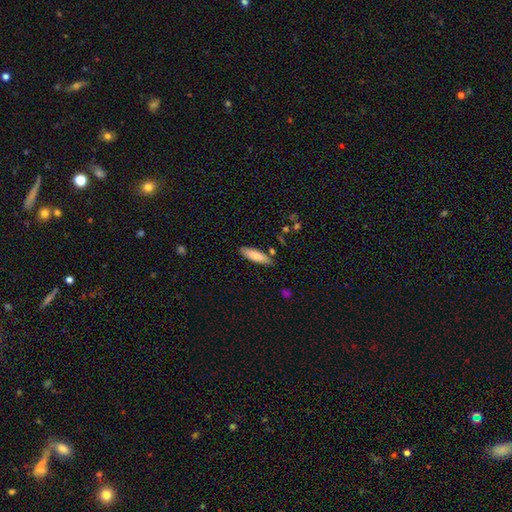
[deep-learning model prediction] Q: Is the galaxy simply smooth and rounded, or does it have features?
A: smooth — 81%.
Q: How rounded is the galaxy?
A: cigar-shaped — 58%.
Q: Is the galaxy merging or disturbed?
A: none — 83%.